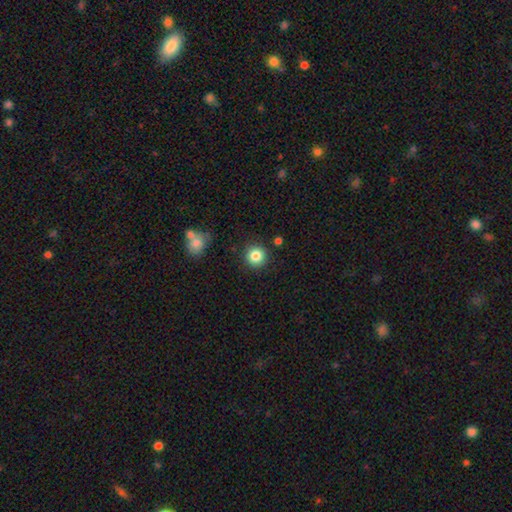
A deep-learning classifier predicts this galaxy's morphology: type=smooth (84%); roundness=round (94%); merging=none (89%).